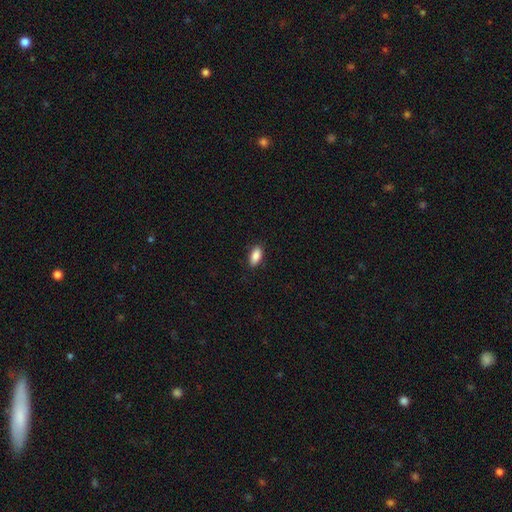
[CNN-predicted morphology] Q: Smooth or featured?
A: smooth (88%); runner-up: star or artifact (7%)
Q: How rounded?
A: in between (90%); runner-up: cigar-shaped (7%)
Q: Merging?
A: none (87%); runner-up: minor disturbance (10%)